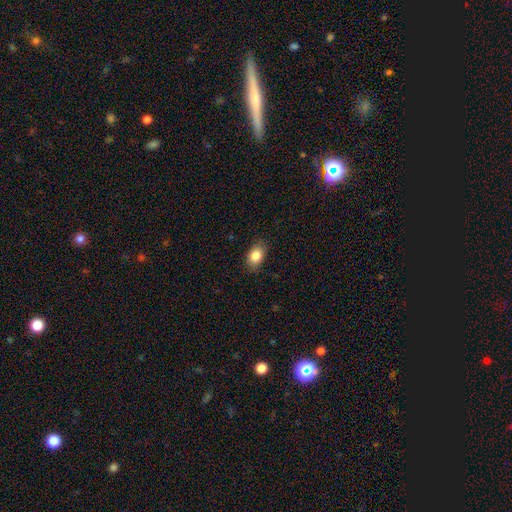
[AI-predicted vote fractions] Smooth or featured? Predicted: smooth (p=0.85). How rounded? Predicted: in between (p=0.80). Merging? Predicted: none (p=0.85).